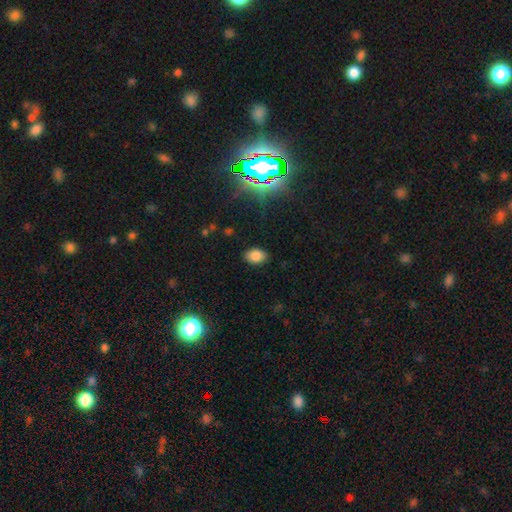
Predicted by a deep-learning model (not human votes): Smooth or featured?
  - smooth: 81% *
  - star or artifact: 13%
  - featured or disk: 6%
How rounded?
  - in between: 83% *
  - round: 16%
  - cigar-shaped: 1%
Merging?
  - none: 86% *
  - minor disturbance: 10%
  - major disturbance: 3%
  - merger: 1%